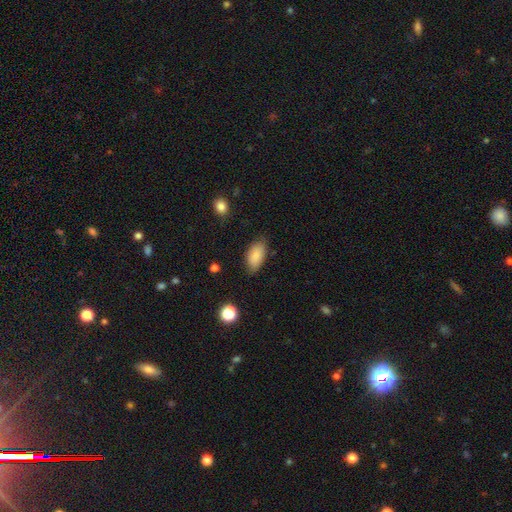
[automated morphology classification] This appears to be a smooth galaxy with no disk features (85%) that is in between round and cigar-shaped (92%). Merging: none (77%).